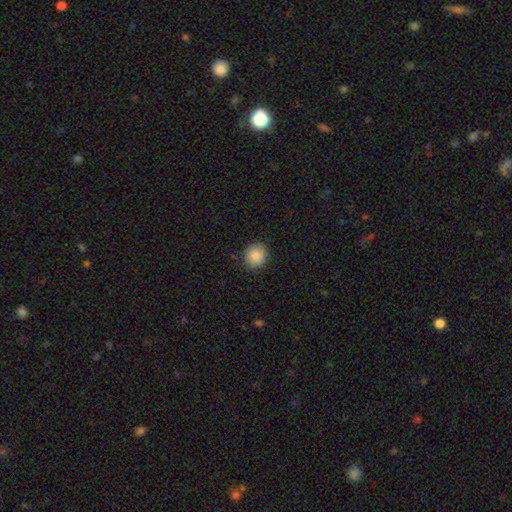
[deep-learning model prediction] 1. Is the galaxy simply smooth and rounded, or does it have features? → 89% smooth, 8% star or artifact, 4% featured or disk.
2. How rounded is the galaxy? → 80% round, 19% in between, 1% cigar-shaped.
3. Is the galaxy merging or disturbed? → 86% none, 10% minor disturbance, 2% major disturbance, 1% merger.